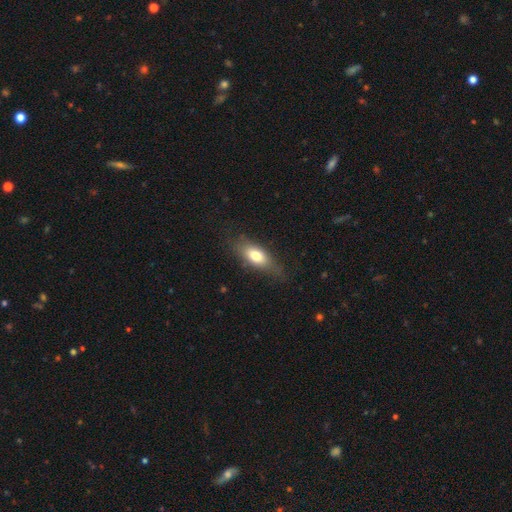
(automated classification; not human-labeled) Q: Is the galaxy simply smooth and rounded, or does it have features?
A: smooth — 72%.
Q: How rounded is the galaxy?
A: in between — 79%.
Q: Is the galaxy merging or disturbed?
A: none — 70%.